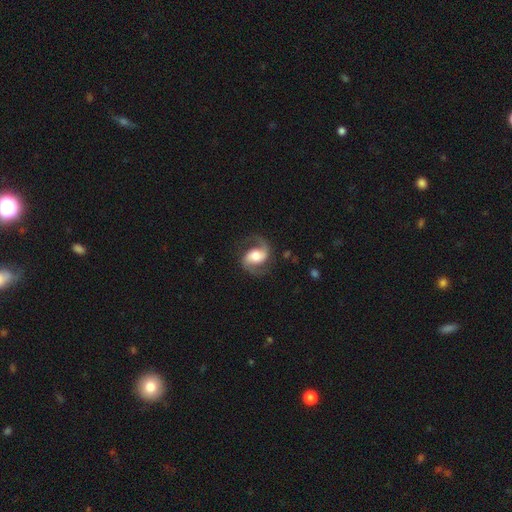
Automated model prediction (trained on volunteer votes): Smooth or featured?
  - featured or disk: 87% *
  - smooth: 8%
  - star or artifact: 5%
Edge-on disk?
  - no: 98% *
  - yes: 2%
Bar?
  - no: 40% *
  - weak: 38%
  - strong: 22%
Spiral arms?
  - yes: 97% *
  - no: 3%
Spiral winding?
  - medium: 53% *
  - loose: 34%
  - tight: 13%
Spiral arm count?
  - 2: 93% *
  - 1: 2%
  - can't tell: 2%
  - 3: 1%
  - 4: 1%
  - more than 4: 1%
Bulge size?
  - moderate: 54% *
  - large: 27%
  - small: 13%
  - dominant: 3%
  - none: 2%
Merging?
  - none: 78% *
  - minor disturbance: 13%
  - major disturbance: 7%
  - merger: 1%